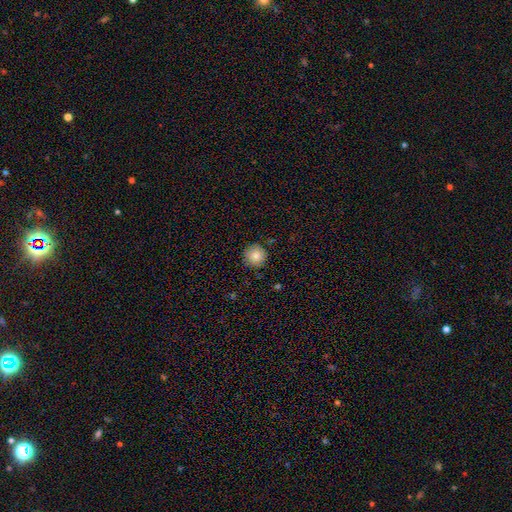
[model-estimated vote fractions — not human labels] The model was most divided on "smooth or featured": smooth: 82%, featured or disk: 9%, star or artifact: 9%. More confident: how rounded — round (92%); merging — none (85%).